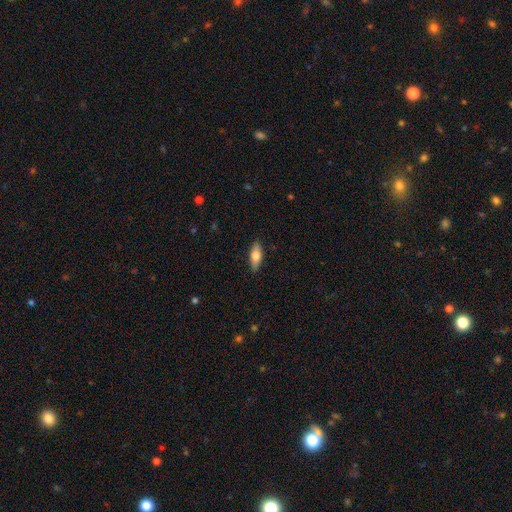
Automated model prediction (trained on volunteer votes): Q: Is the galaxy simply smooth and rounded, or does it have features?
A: smooth — 66%.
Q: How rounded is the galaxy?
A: in between — 69%.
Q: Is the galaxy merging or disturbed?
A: none — 89%.